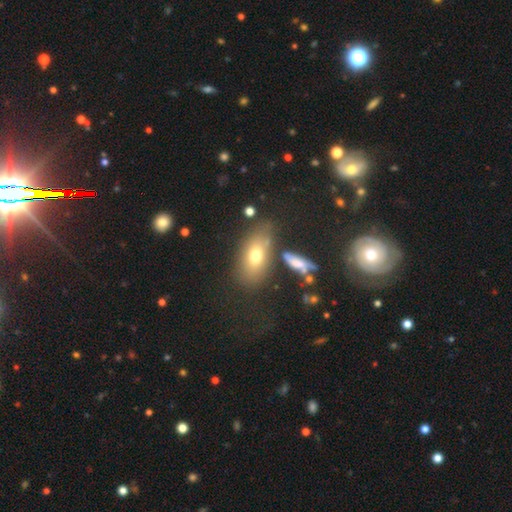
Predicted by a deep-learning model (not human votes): Smooth or featured? Predicted: smooth (p=0.68). How rounded? Predicted: in between (p=0.85). Merging? Predicted: none (p=0.67).